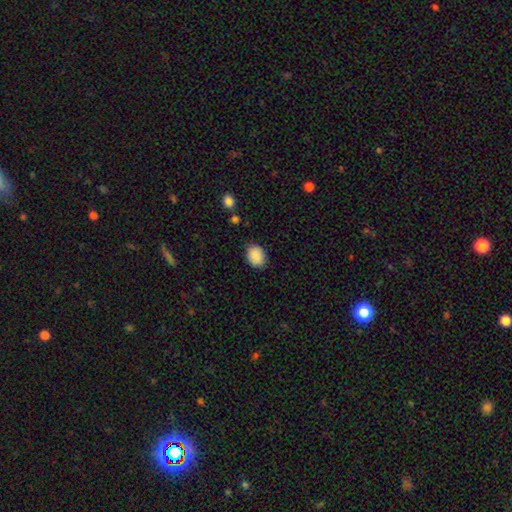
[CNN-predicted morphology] A smooth galaxy with no disk features (89%) that is in between round and cigar-shaped (60%).

Vote fractions:
- Smooth or featured? smooth: 89% / star or artifact: 7% / featured or disk: 3%
- How rounded? in between: 60% / round: 39% / cigar-shaped: 1%
- Merging? none: 82% / minor disturbance: 14% / major disturbance: 3% / merger: 1%